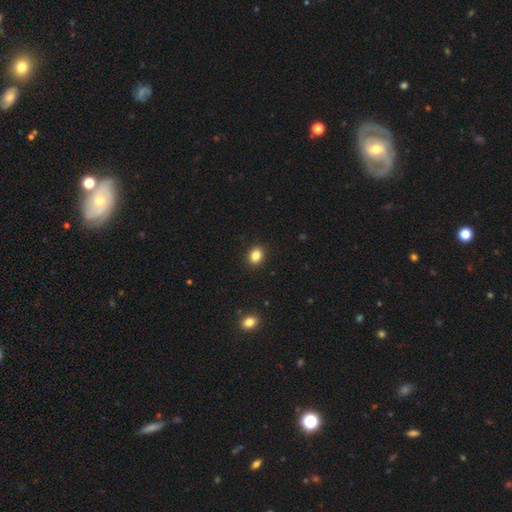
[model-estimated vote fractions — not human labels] Morphology: type=smooth (85%); roundness=round (58%); merging=none (91%).